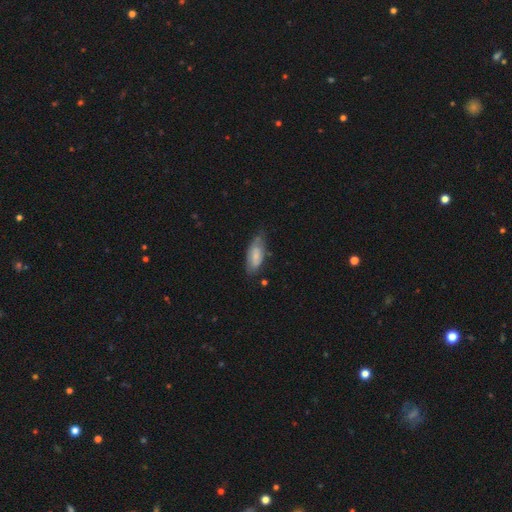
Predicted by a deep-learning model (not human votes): A smooth galaxy with no disk features (63%) that is in between round and cigar-shaped (84%). Merging: none (60%).